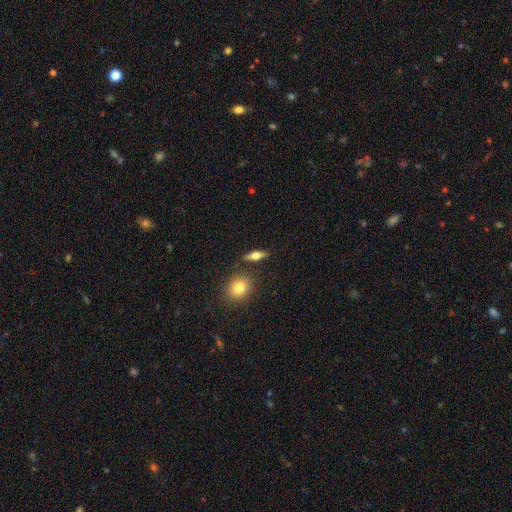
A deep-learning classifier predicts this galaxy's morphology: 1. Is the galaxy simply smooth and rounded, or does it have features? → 52% smooth, 40% featured or disk, 8% star or artifact.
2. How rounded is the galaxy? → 55% in between, 34% cigar-shaped, 11% round.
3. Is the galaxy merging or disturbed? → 82% none, 9% minor disturbance, 5% merger, 3% major disturbance.